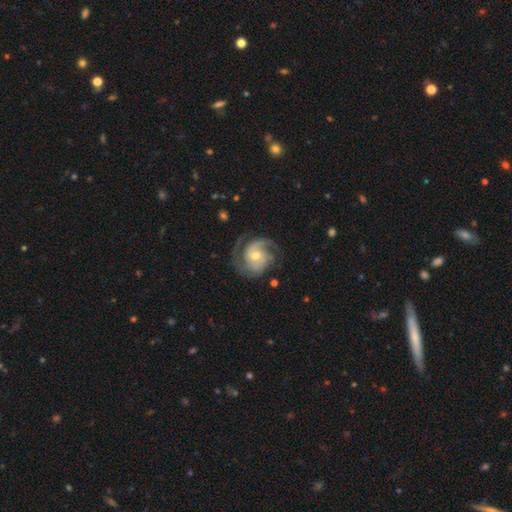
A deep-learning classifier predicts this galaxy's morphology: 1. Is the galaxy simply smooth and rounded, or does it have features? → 88% featured or disk, 8% smooth, 5% star or artifact.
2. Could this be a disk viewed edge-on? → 98% no, 2% yes.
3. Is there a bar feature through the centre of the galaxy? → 63% no, 30% weak, 7% strong.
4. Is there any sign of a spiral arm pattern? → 97% yes, 3% no.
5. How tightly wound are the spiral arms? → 44% medium, 43% tight, 13% loose.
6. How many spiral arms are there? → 51% 2, 25% 3, 11% can't tell, 5% 1, 4% 4, 4% more than 4.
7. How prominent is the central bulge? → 55% moderate, 39% small, 3% large, 1% none, 1% dominant.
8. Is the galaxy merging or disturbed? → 71% none, 17% minor disturbance, 11% major disturbance, 1% merger.